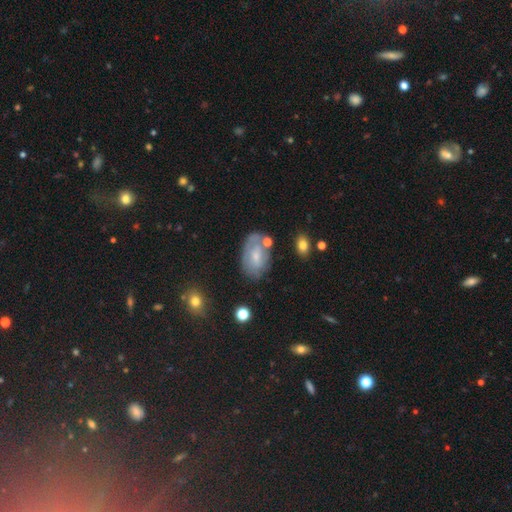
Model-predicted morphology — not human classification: smooth 50%, featured or disk 41%, star or artifact 9%. Down the decision tree: merging — none (60%).